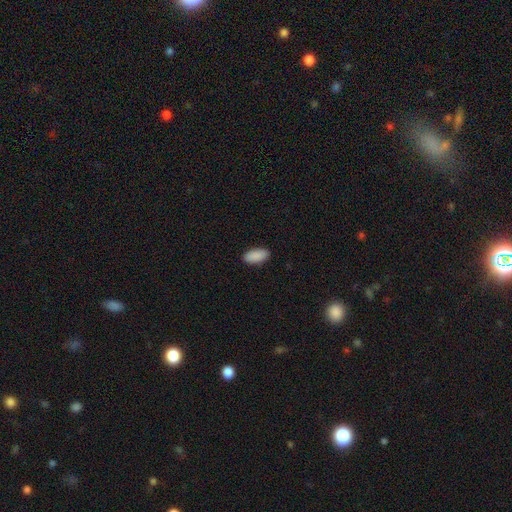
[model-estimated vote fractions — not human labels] Q: Smooth or featured?
A: smooth (91%); runner-up: star or artifact (6%)
Q: How rounded?
A: in between (92%); runner-up: cigar-shaped (6%)
Q: Merging?
A: none (90%); runner-up: minor disturbance (8%)